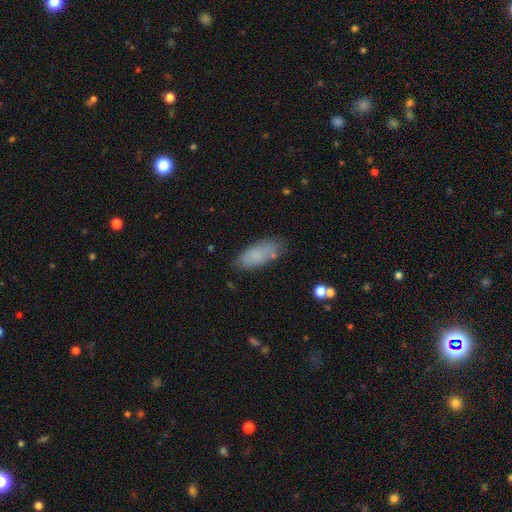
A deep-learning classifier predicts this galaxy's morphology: smooth 79%, featured or disk 13%, star or artifact 8%. Down the decision tree: how rounded — in between (82%); merging — none (70%).